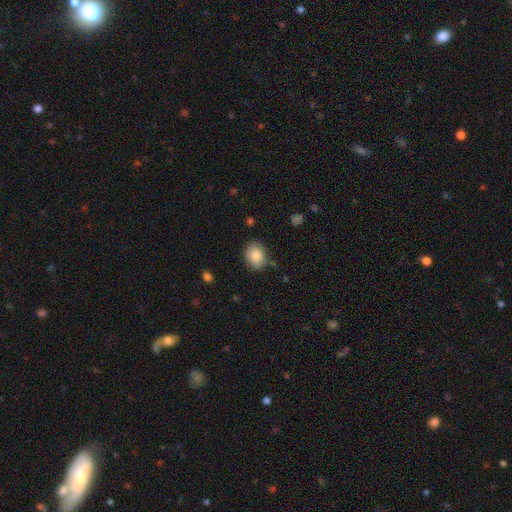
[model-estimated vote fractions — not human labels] smooth_or_featured: smooth (p=0.84) [alt: featured or disk p=0.08]
how_rounded: in between (p=0.62) [alt: round p=0.37]
merging: none (p=0.74) [alt: minor disturbance p=0.20]